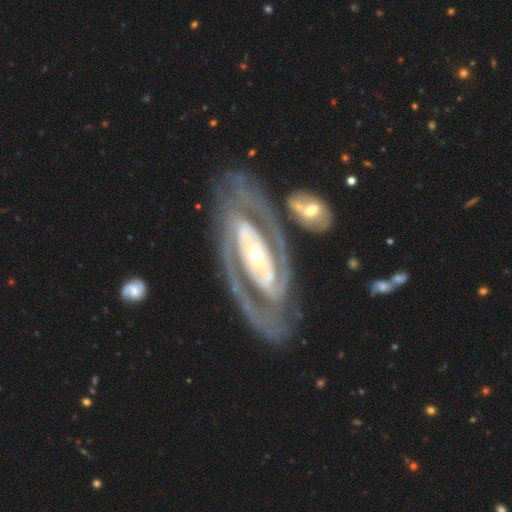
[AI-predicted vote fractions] Q: Smooth or featured?
A: featured or disk (90%); runner-up: smooth (6%)
Q: Edge-on disk?
A: no (94%); runner-up: yes (6%)
Q: Bar?
A: no (40%); runner-up: strong (37%)
Q: Spiral arms?
A: yes (90%); runner-up: no (10%)
Q: Spiral winding?
A: tight (55%); runner-up: medium (35%)
Q: Spiral arm count?
A: 2 (84%); runner-up: can't tell (8%)
Q: Bulge size?
A: moderate (51%); runner-up: small (41%)
Q: Merging?
A: none (73%); runner-up: minor disturbance (12%)